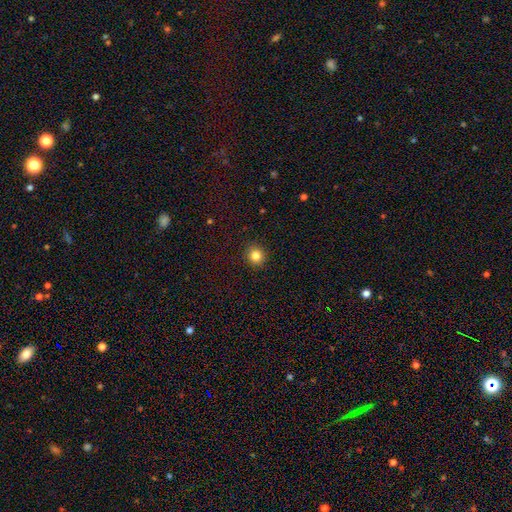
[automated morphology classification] Smooth or featured: smooth — 84% (star or artifact — 11%)
How rounded: round — 91% (in between — 8%)
Merging: none — 92% (minor disturbance — 6%)